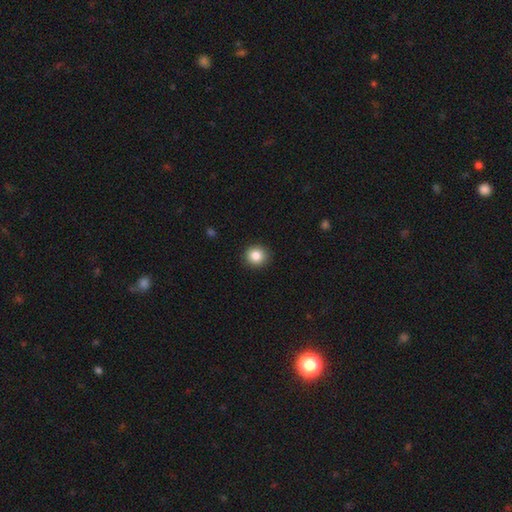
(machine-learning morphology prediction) Smooth or featured? smooth (85%)
How rounded? round (91%)
Merging? none (92%)